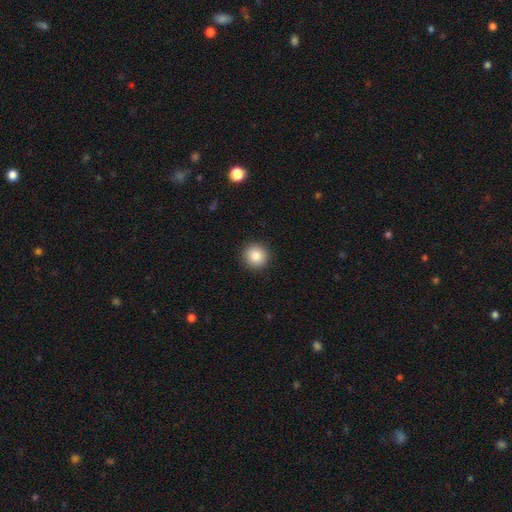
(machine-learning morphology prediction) type=smooth (86%); roundness=round (93%); merging=none (92%).